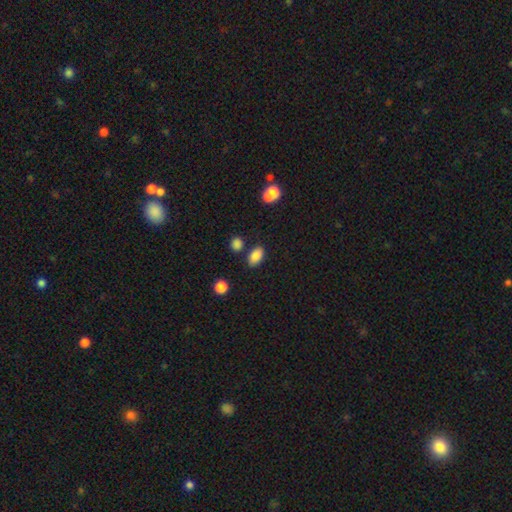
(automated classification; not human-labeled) smooth 85%, star or artifact 9%, featured or disk 5%. Down the decision tree: how rounded — in between (88%); merging — none (79%).